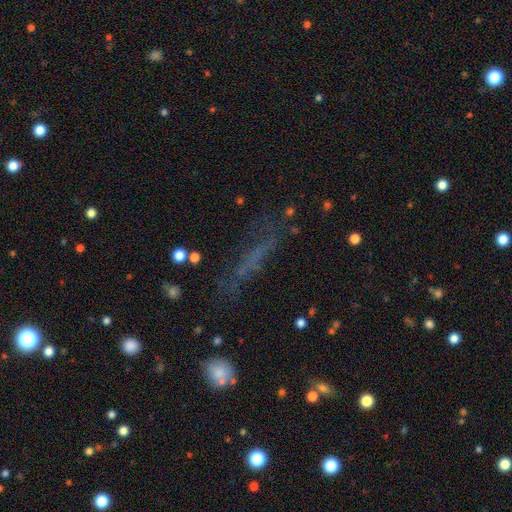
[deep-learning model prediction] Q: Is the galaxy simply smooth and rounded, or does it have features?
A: smooth — 41%.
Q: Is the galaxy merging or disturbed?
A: none — 63%.